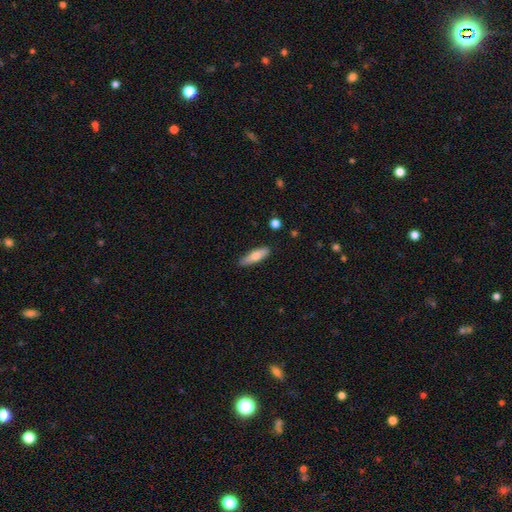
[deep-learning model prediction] Smooth or featured: smooth — 74% (featured or disk — 20%)
How rounded: cigar-shaped — 58% (in between — 40%)
Merging: none — 83% (minor disturbance — 13%)